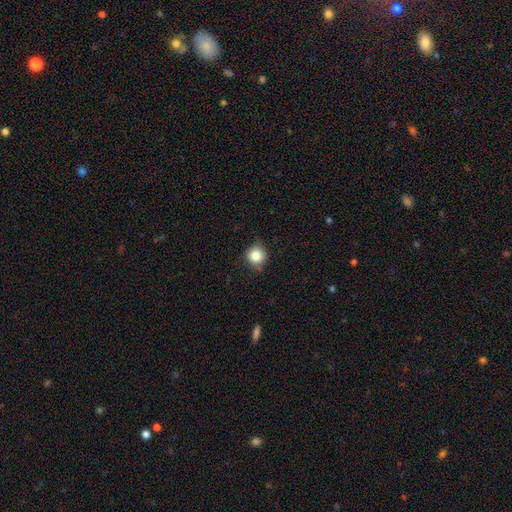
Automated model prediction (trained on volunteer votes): Overall: smooth (84%). How rounded: round (93%). Merging: none (76%).